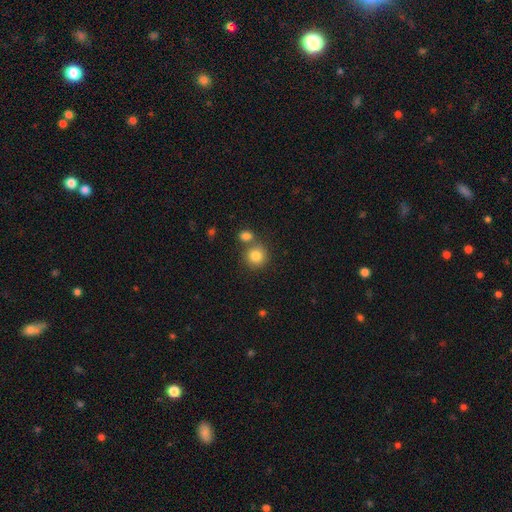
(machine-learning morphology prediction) smooth_or_featured: smooth (p=0.82) [alt: star or artifact p=0.10]
how_rounded: round (p=0.88) [alt: in between p=0.11]
merging: none (p=0.62) [alt: merger p=0.26]